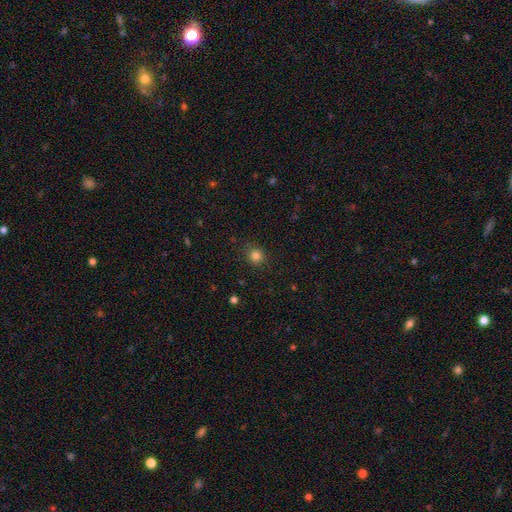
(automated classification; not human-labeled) Smooth or featured? Predicted: smooth (p=0.83). How rounded? Predicted: round (p=0.84). Merging? Predicted: none (p=0.87).